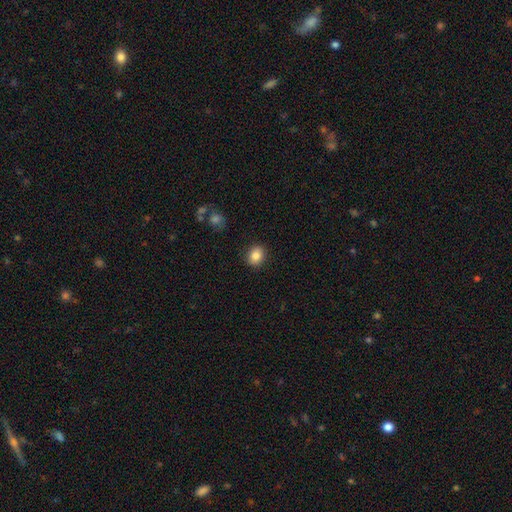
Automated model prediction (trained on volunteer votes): smooth-or-featured: smooth: 85% | star or artifact: 9% | featured or disk: 5%
  how-rounded: round: 58% | in between: 41% | cigar-shaped: 1%
  merging: none: 89% | minor disturbance: 7% | major disturbance: 2% | merger: 1%